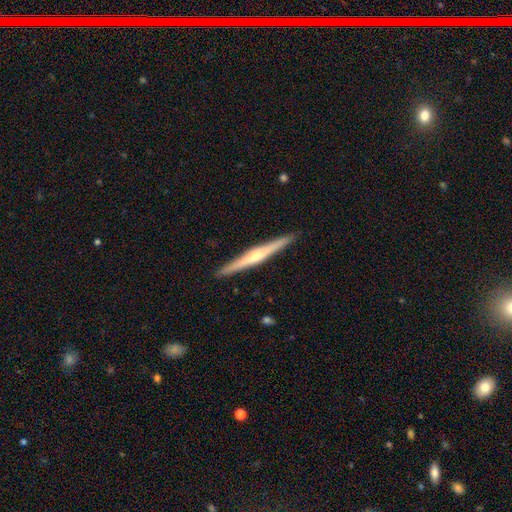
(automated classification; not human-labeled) Overall: featured or disk (71%). Edge-on disk: yes (98%). Edge-on bulge: rounded (82%). Merging: none (92%).